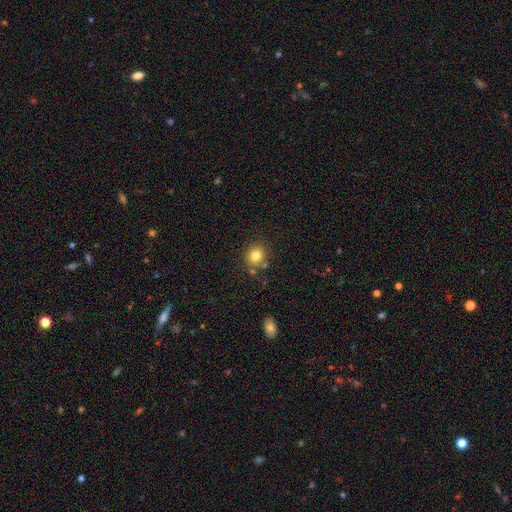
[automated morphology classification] A smooth galaxy with no disk features (82%) that is round (81%). Merging: none (78%).